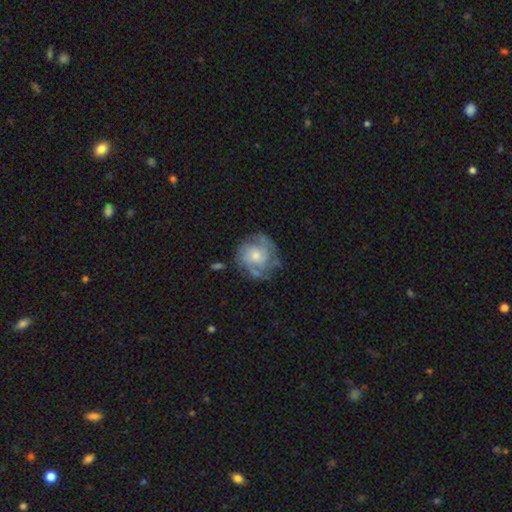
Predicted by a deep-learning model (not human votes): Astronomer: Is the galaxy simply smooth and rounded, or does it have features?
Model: featured or disk — 64%.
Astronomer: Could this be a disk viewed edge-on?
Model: no — 98%.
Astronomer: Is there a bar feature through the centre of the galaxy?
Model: no — 82%.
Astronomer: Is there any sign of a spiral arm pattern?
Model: yes — 78%.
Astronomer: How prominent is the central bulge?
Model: moderate — 47% (runner-up: small, 43%).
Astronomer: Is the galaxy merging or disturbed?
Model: none — 61%.